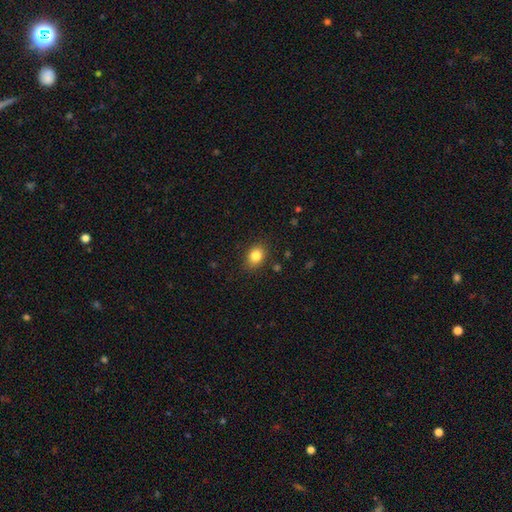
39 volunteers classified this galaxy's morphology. smooth-or-featured: smooth: 85% | featured or disk: 10% | star or artifact: 5%
  how-rounded: in between: 64% | round: 36% | cigar-shaped: 0%
  merging: none: 70% | minor disturbance: 22% | major disturbance: 8% | merger: 0%